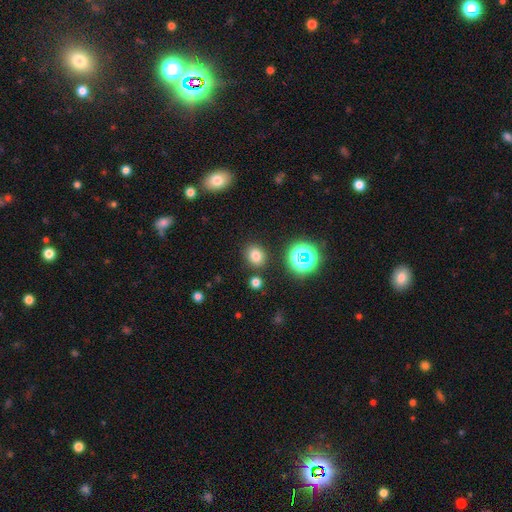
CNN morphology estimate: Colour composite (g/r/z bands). It shows a smooth galaxy with no disk features (75%) that is round (66%). Merging: none (84%).